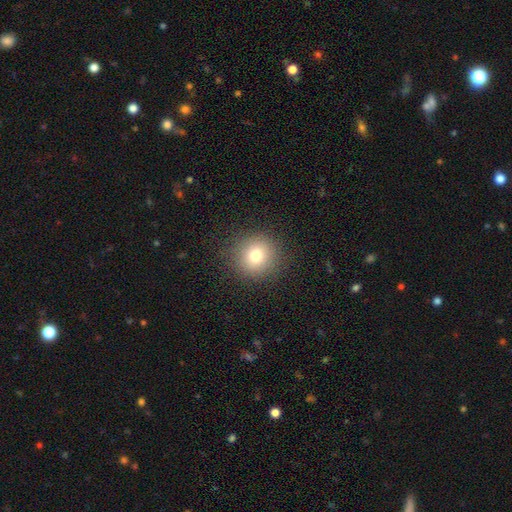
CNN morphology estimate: type=smooth (76%); roundness=round (92%); merging=none (90%).